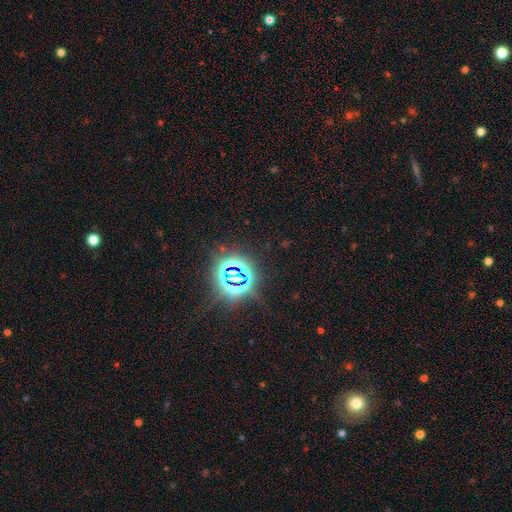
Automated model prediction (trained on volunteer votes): A star or artifact, not a galaxy (81%).